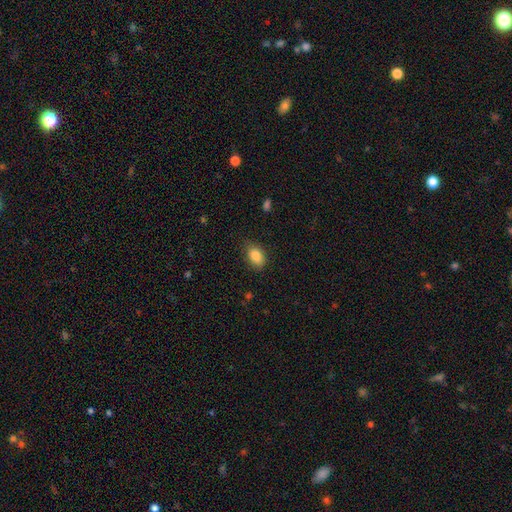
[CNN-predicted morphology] type=smooth (86%); roundness=in between (86%); merging=none (80%).